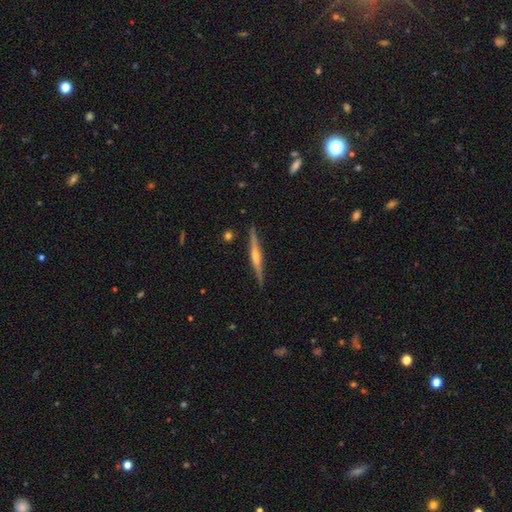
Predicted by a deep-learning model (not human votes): Morphology: type=featured or disk (75%); edge-on=yes (98%); edge-on bulge=rounded (76%); merging=none (90%).